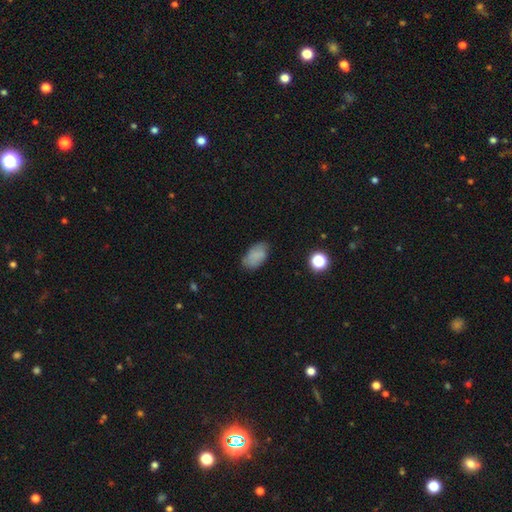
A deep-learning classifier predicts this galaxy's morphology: The model was most divided on "merging": none: 72%, minor disturbance: 21%, major disturbance: 5%, merger: 2%. More confident: how rounded — in between (92%); smooth or featured — smooth (81%).